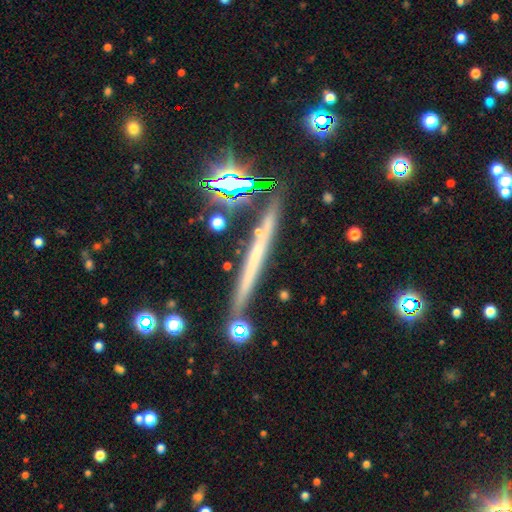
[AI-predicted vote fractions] The model was most divided on "smooth or featured": featured or disk: 52%, smooth: 32%, star or artifact: 16%. More confident: edge-on disk — yes (95%); merging — none (84%).